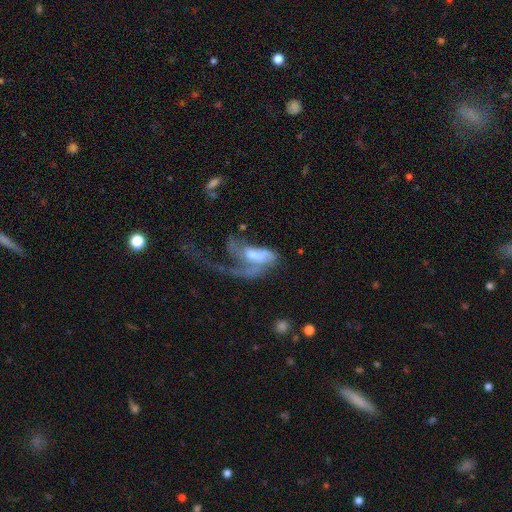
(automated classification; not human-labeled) This appears to be a featured or disk galaxy (63%) with no bar (56%), spiral arms (65%) and a moderate central bulge (44%). Merging: major disturbance (63%).